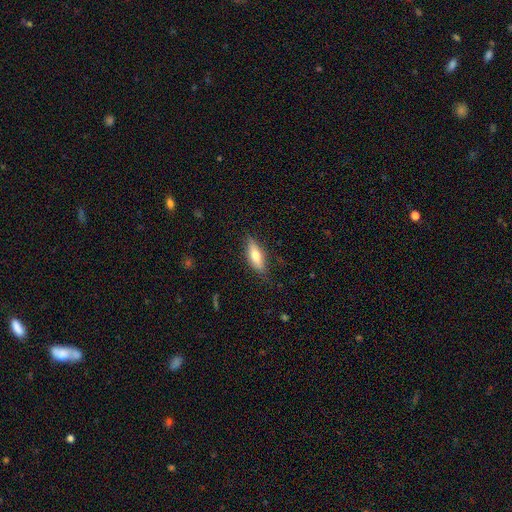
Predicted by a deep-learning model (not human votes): Q: Smooth or featured?
A: smooth (66%); runner-up: featured or disk (27%)
Q: How rounded?
A: in between (62%); runner-up: cigar-shaped (35%)
Q: Merging?
A: none (81%); runner-up: minor disturbance (14%)